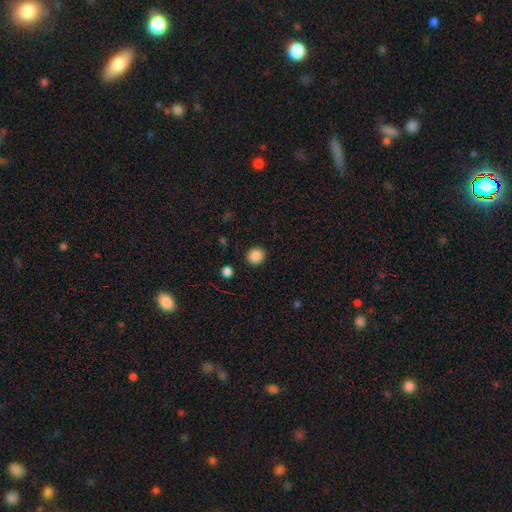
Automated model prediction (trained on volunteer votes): Overall: smooth (87%). How rounded: round (89%). Merging: none (91%).